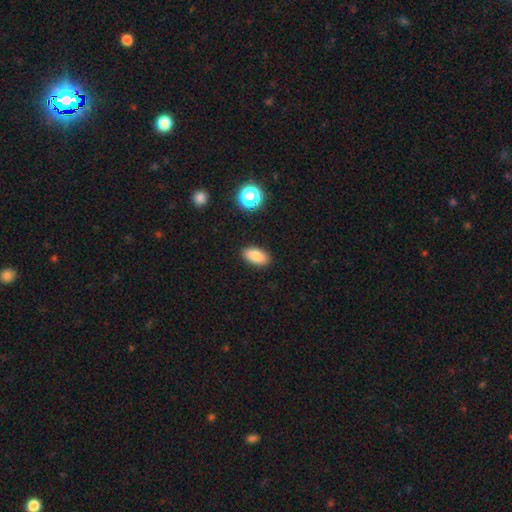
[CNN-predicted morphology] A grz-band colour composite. It shows a smooth galaxy with no disk features (86%) that is in between round and cigar-shaped (92%). Merging: none (89%).